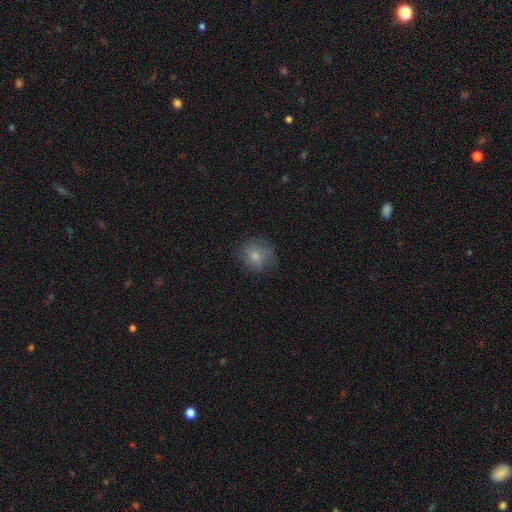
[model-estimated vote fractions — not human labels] smooth-or-featured: smooth: 72% | featured or disk: 20% | star or artifact: 9%
  how-rounded: round: 76% | in between: 23% | cigar-shaped: 1%
  merging: none: 65% | minor disturbance: 24% | major disturbance: 10% | merger: 1%